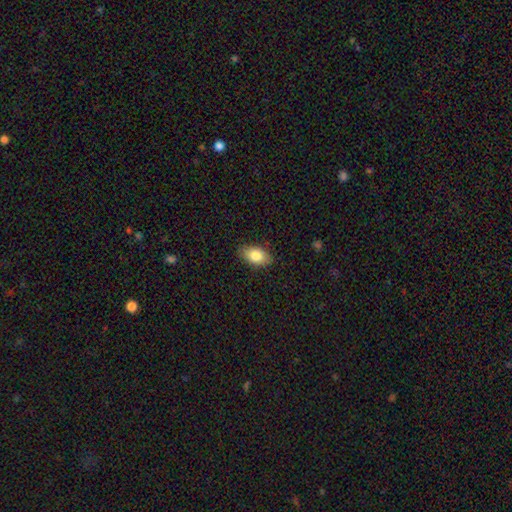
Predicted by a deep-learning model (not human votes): A smooth galaxy with no disk features (82%) that is in between round and cigar-shaped (91%).

Vote fractions:
- Smooth or featured? smooth: 82% / featured or disk: 11% / star or artifact: 7%
- How rounded? in between: 91% / round: 6% / cigar-shaped: 3%
- Merging? none: 86% / minor disturbance: 11% / major disturbance: 2% / merger: 1%